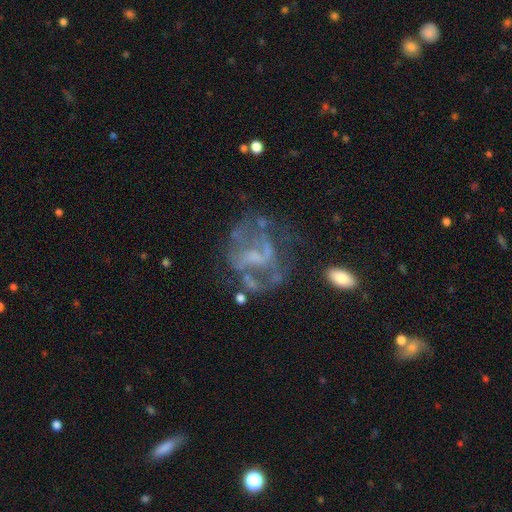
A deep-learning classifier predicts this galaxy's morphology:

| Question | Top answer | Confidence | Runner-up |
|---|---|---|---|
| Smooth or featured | featured or disk | 73% | smooth (15%) |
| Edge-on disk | no | 97% | yes (3%) |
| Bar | no | 51% | weak (36%) |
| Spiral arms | yes | 51% | no (49%) |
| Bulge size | none | 43% | small (32%) |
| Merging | none | 46% | major disturbance (28%) |